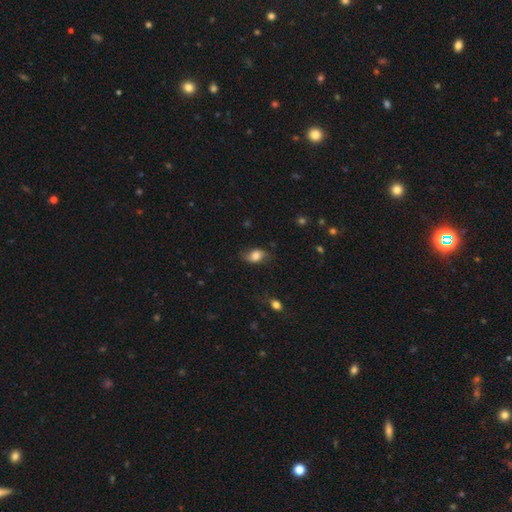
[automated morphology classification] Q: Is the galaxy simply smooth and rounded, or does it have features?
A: smooth — 70%.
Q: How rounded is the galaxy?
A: in between — 81%.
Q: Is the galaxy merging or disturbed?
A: none — 66%.